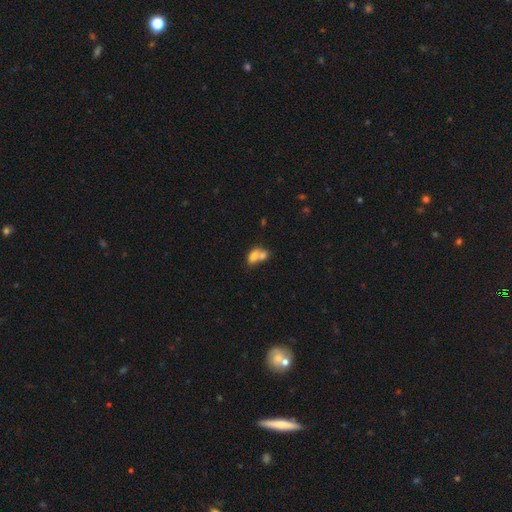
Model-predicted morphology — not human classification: Q: Smooth or featured?
A: smooth (72%); runner-up: featured or disk (19%)
Q: How rounded?
A: in between (76%); runner-up: round (22%)
Q: Merging?
A: merger (68%); runner-up: none (19%)